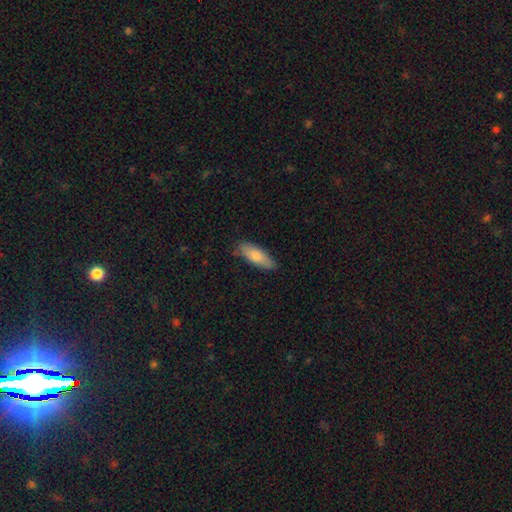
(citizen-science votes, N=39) A smooth galaxy with no disk features (87%) that is in between round and cigar-shaped (76%).

Vote fractions:
- Smooth or featured? smooth: 87% / featured or disk: 8% / star or artifact: 5%
- How rounded? in between: 76% / cigar-shaped: 21% / round: 3%
- Merging? none: 81% / minor disturbance: 11% / major disturbance: 5% / merger: 3%